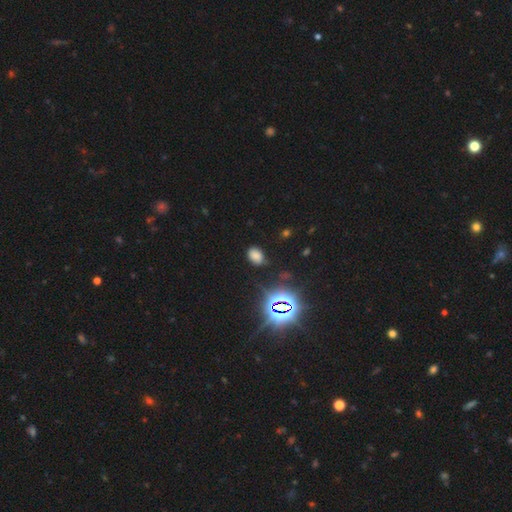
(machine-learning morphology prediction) This appears to be a smooth galaxy with no disk features (66%) that is in between round and cigar-shaped (78%). Merging: none (76%).